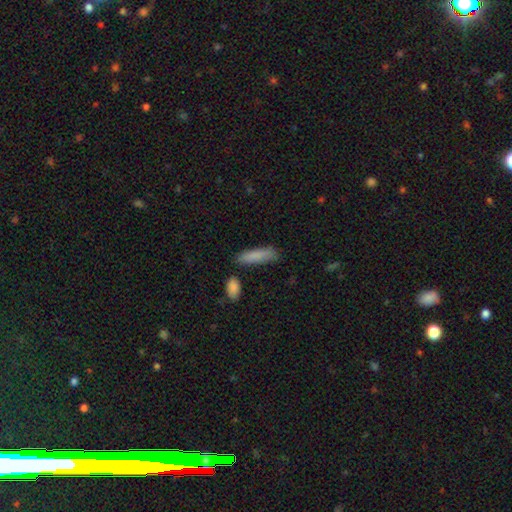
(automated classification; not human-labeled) A smooth galaxy with no disk features (86%) that is cigar-shaped (63%).

Vote fractions:
- Smooth or featured? smooth: 86% / featured or disk: 8% / star or artifact: 6%
- How rounded? cigar-shaped: 63% / in between: 35% / round: 2%
- Merging? none: 78% / minor disturbance: 14% / merger: 5% / major disturbance: 3%